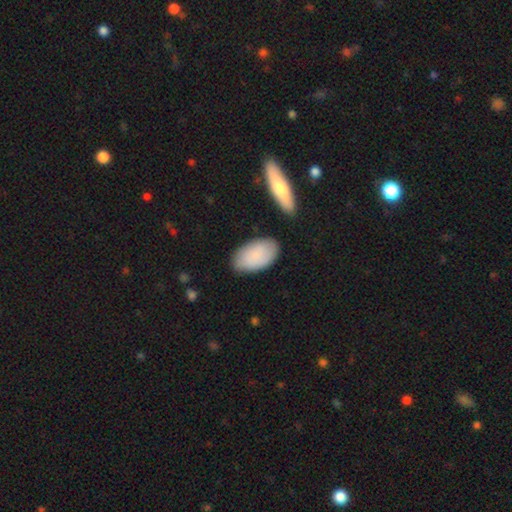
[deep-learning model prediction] Smooth or featured? Predicted: smooth (p=0.85). How rounded? Predicted: in between (p=0.95). Merging? Predicted: none (p=0.79).